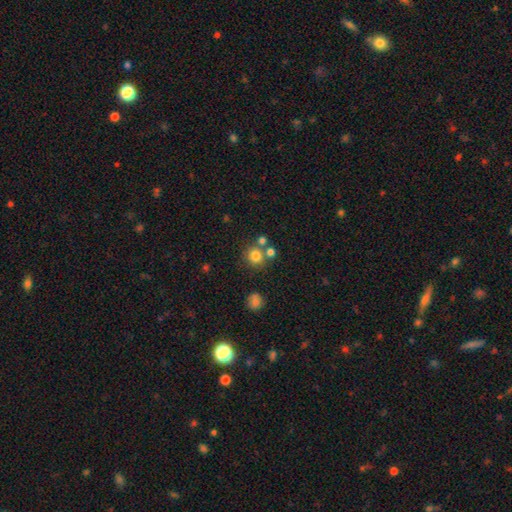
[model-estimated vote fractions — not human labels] The model was most divided on "merging": none: 69%, merger: 19%, minor disturbance: 8%, major disturbance: 3%. More confident: how rounded — round (91%); smooth or featured — smooth (78%).